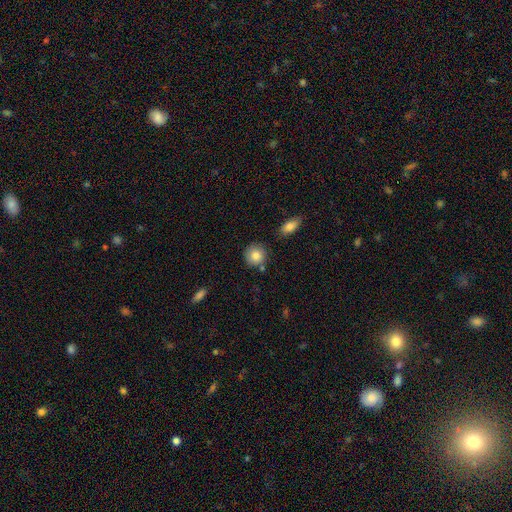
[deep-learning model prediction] smooth 84%, featured or disk 8%, star or artifact 8%. Down the decision tree: how rounded — round (90%); merging — none (79%).